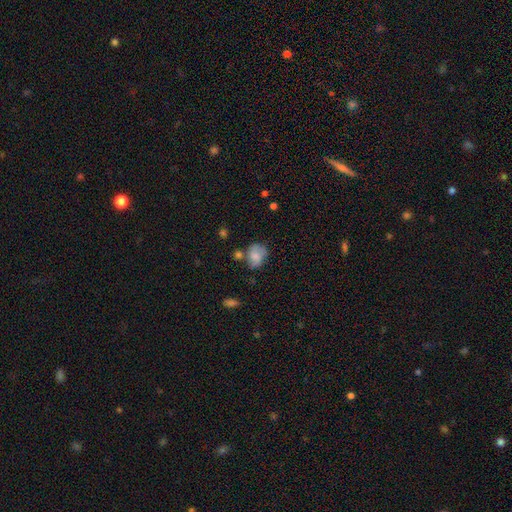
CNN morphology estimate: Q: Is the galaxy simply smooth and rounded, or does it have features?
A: smooth — 69%.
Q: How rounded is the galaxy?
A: in between — 60%.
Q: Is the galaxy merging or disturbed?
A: none — 48%.